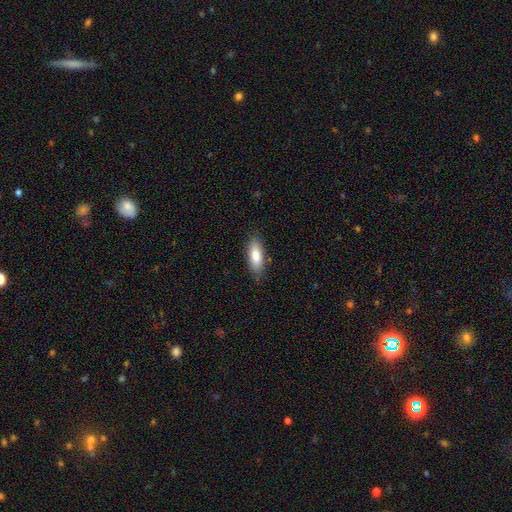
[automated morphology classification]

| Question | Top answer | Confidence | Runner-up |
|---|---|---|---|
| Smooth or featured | smooth | 82% | featured or disk (12%) |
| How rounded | in between | 71% | cigar-shaped (27%) |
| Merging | none | 83% | minor disturbance (13%) |